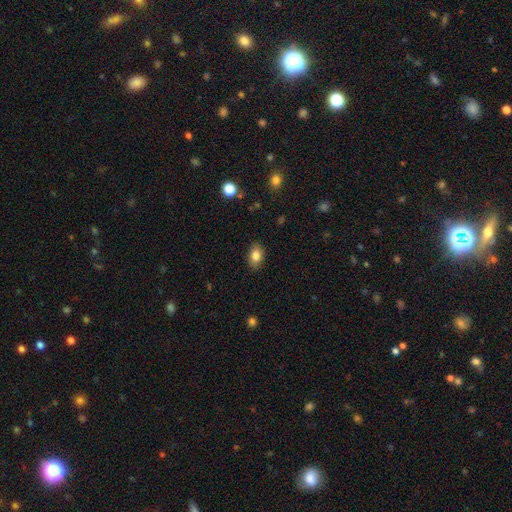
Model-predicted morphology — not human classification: smooth_or_featured: smooth (p=0.82) [alt: featured or disk p=0.09]
how_rounded: in between (p=0.82) [alt: round p=0.17]
merging: none (p=0.87) [alt: minor disturbance p=0.10]